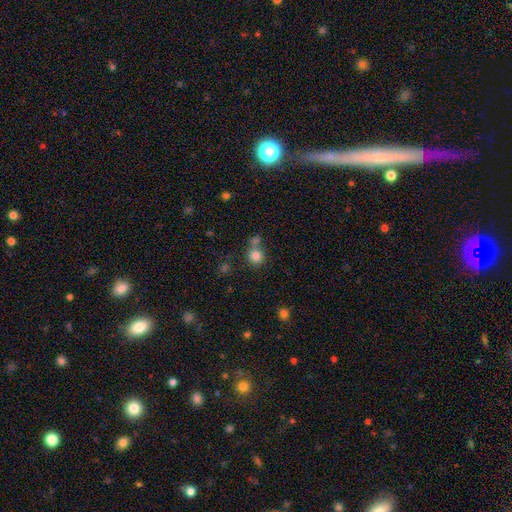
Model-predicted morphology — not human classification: Overall: smooth (82%). How rounded: round (89%). Merging: none (57%; merger 29%).